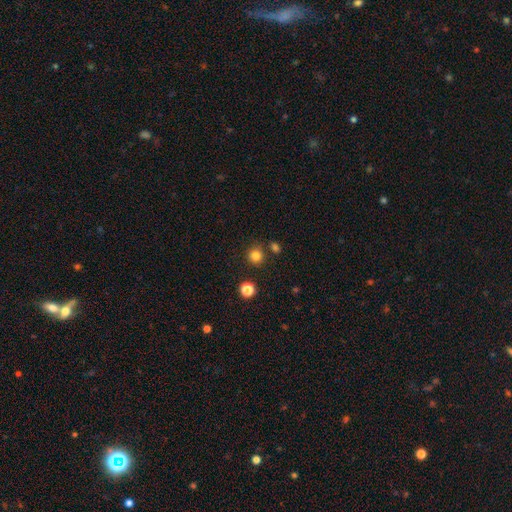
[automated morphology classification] smooth 82%, star or artifact 14%, featured or disk 4%. Down the decision tree: how rounded — round (92%); merging — none (81%).